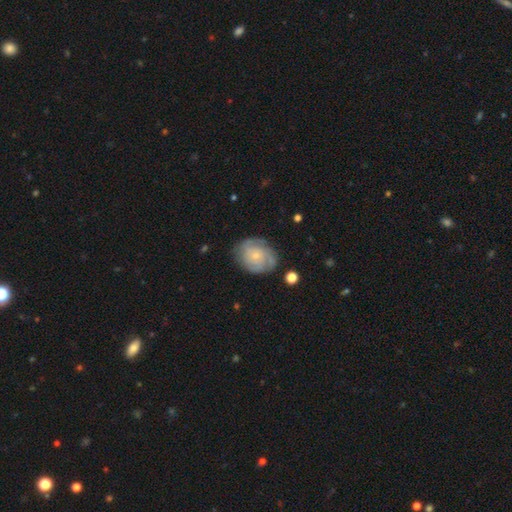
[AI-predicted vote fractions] Smooth or featured: featured or disk — 65% (smooth — 28%)
Edge-on disk: no — 97% (yes — 3%)
Bar: no — 80% (weak — 18%)
Spiral arms: yes — 86% (no — 14%)
Spiral winding: tight — 59% (medium — 31%)
Spiral arm count: can't tell — 41% (2 — 21%)
Bulge size: small — 78% (moderate — 16%)
Merging: none — 70% (minor disturbance — 20%)